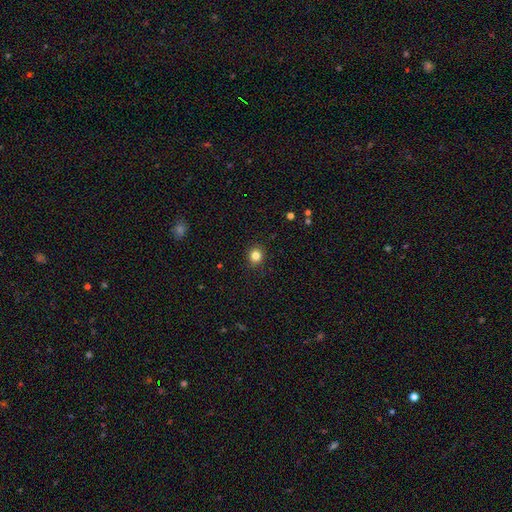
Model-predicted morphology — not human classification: type=smooth (83%); roundness=round (86%); merging=none (90%).